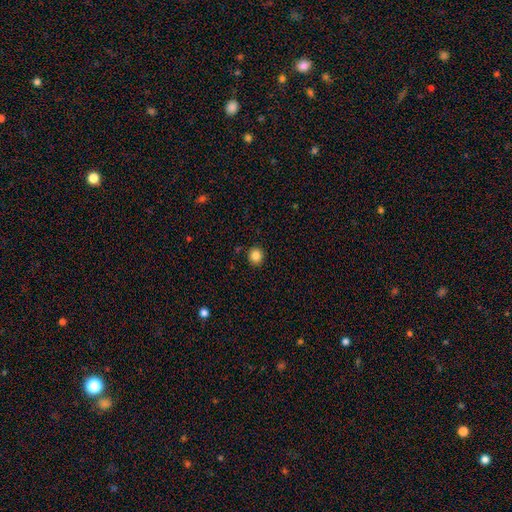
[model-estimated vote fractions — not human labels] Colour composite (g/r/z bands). It shows a smooth galaxy with no disk features (85%) that is round (89%). Merging: none (90%).